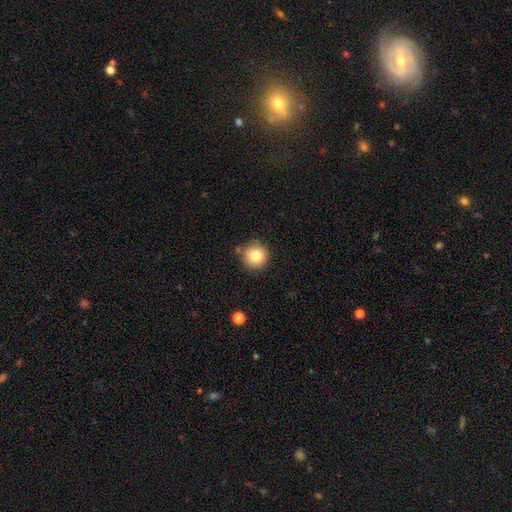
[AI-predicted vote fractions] This is clearly a smooth galaxy (81%). How rounded: clearly round (95%). Merging: clearly none (84%).